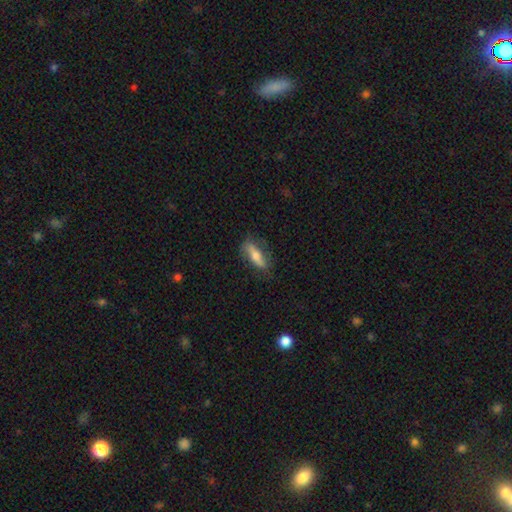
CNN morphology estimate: Smooth or featured: smooth — 51% (featured or disk — 42%)
How rounded: in between — 51% (cigar-shaped — 45%)
Merging: none — 74% (minor disturbance — 19%)